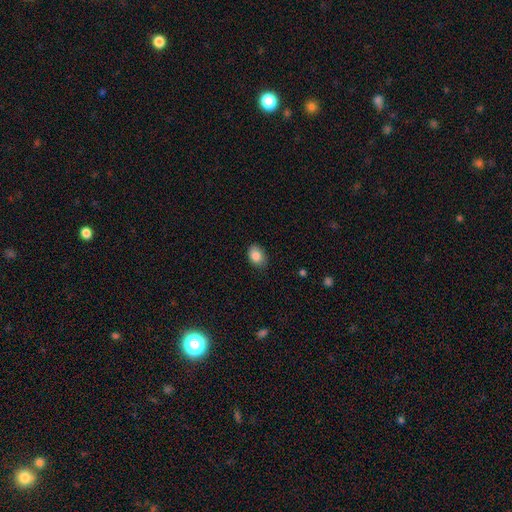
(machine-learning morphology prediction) smooth 86%, star or artifact 8%, featured or disk 5%. Down the decision tree: how rounded — in between (77%); merging — none (80%).